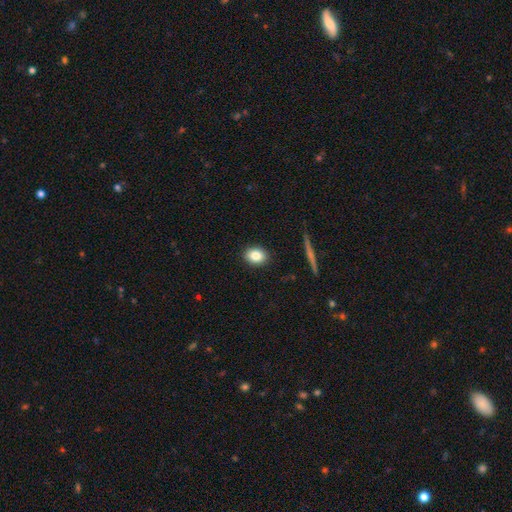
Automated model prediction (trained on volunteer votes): The model was most divided on "how rounded": in between: 57%, round: 41%, cigar-shaped: 2%. More confident: merging — none (90%); smooth or featured — smooth (83%).